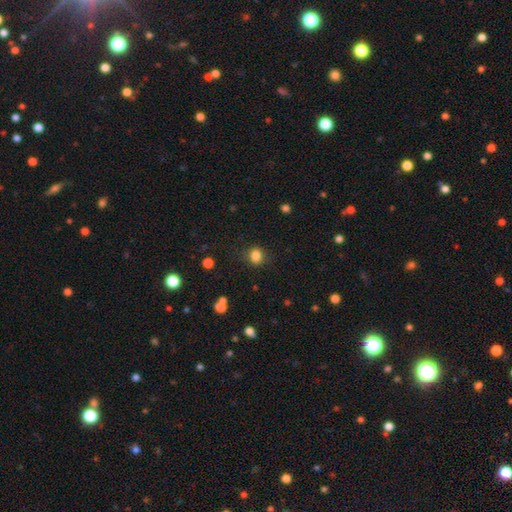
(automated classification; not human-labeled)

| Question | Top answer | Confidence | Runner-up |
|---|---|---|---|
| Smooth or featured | smooth | 83% | star or artifact (12%) |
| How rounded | round | 68% | in between (31%) |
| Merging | none | 81% | minor disturbance (13%) |